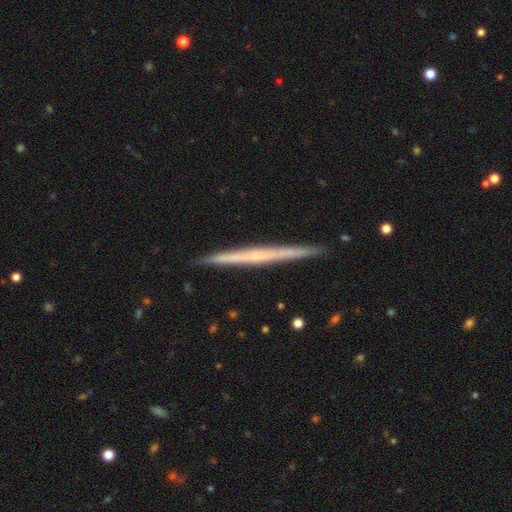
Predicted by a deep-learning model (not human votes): smooth-or-featured: featured or disk: 65% | smooth: 29% | star or artifact: 6%
  disk-edge-on: yes: 98% | no: 2%
    edge-on-bulge: none: 77% | rounded: 19% | boxy: 5%
  merging: none: 92% | minor disturbance: 6% | major disturbance: 1% | merger: 1%